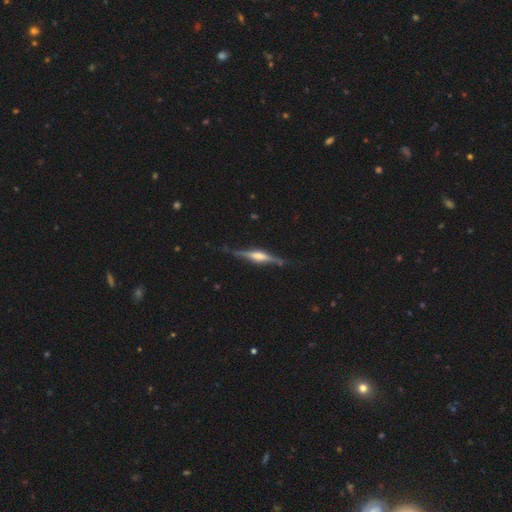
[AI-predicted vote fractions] Smooth or featured: featured or disk — 80% (smooth — 14%)
Edge-on disk: yes — 97% (no — 3%)
Edge-on bulge: rounded — 69% (boxy — 25%)
Merging: none — 81% (minor disturbance — 14%)